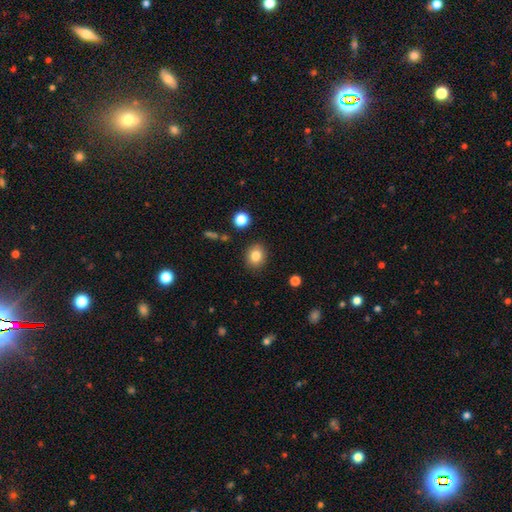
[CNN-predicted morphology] type=smooth (82%); roundness=round (68%); merging=none (88%).